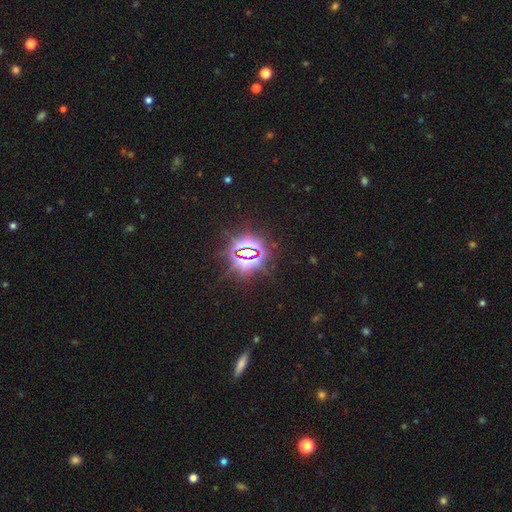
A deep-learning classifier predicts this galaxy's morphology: Smooth or featured?
  - star or artifact: 81% *
  - smooth: 11%
  - featured or disk: 7%